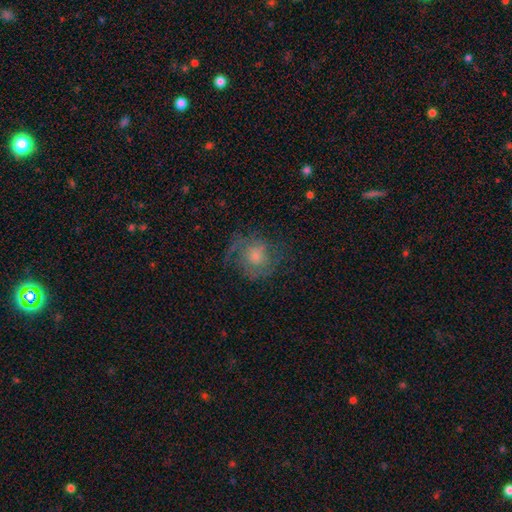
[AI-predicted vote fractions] Smooth or featured? Predicted: featured or disk (p=0.57). Edge-on disk? Predicted: no (p=0.97). Bar? Predicted: no (p=0.76). Spiral arms? Predicted: yes (p=0.81). Bulge size? Predicted: moderate (p=0.45). Merging? Predicted: none (p=0.63).